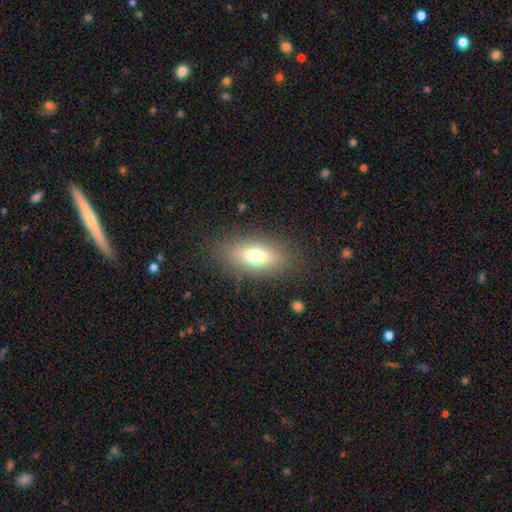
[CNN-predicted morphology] The model was most divided on "smooth or featured": smooth: 69%, featured or disk: 20%, star or artifact: 11%. More confident: merging — none (83%); how rounded — in between (81%).